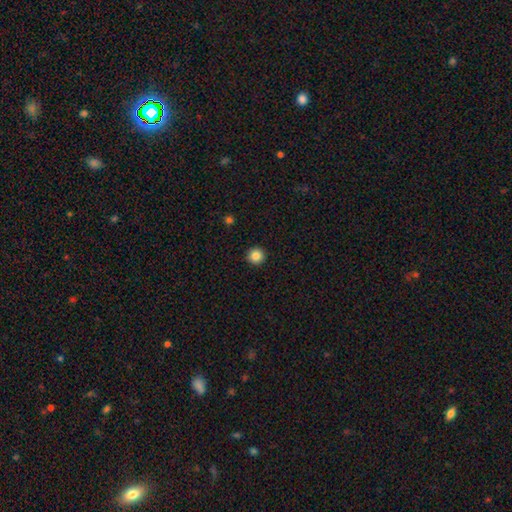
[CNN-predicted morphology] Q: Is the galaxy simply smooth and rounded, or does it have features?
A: smooth — 85%.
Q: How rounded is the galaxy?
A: round — 96%.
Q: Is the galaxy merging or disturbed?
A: none — 93%.